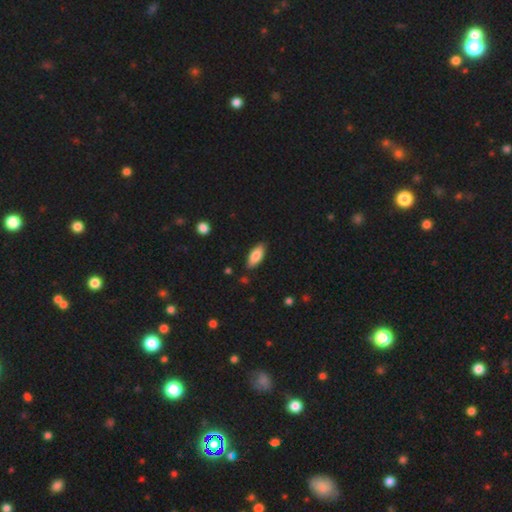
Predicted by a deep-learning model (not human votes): This is clearly a smooth galaxy (82%). How rounded: clearly in between (82%). Merging: clearly none (86%).